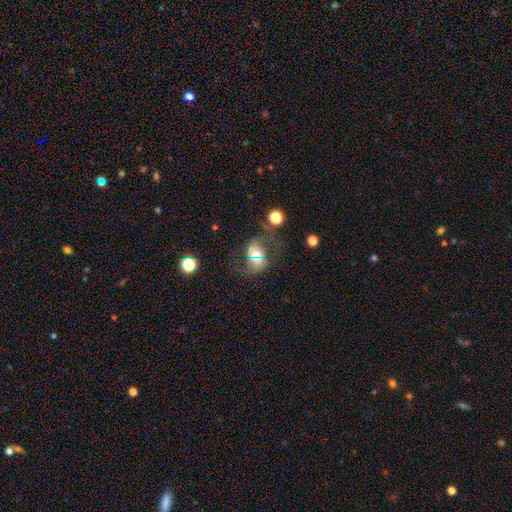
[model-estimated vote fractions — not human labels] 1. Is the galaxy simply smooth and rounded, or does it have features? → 44% smooth, 39% featured or disk, 17% star or artifact.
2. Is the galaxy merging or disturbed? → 52% none, 19% major disturbance, 19% minor disturbance, 11% merger.